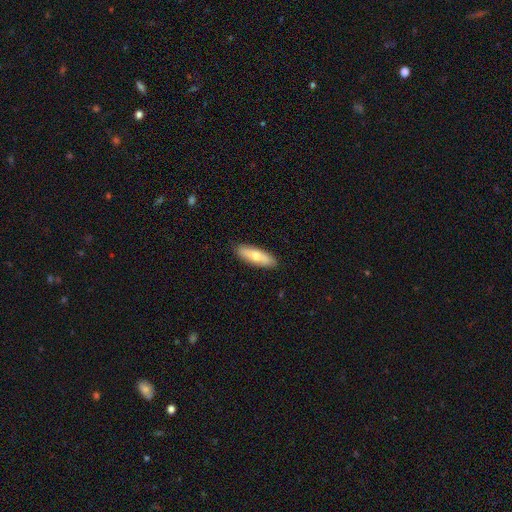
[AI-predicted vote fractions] A smooth galaxy with no disk features (63%) that is cigar-shaped (53%).

Vote fractions:
- Smooth or featured? smooth: 63% / featured or disk: 31% / star or artifact: 6%
- How rounded? cigar-shaped: 53% / in between: 45% / round: 2%
- Merging? none: 90% / minor disturbance: 8% / major disturbance: 2% / merger: 1%